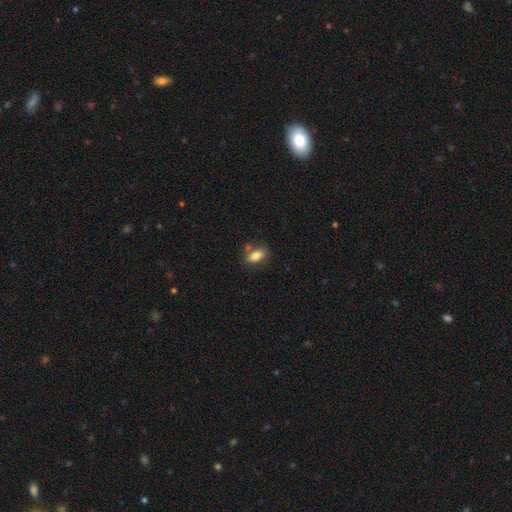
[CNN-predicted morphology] This appears to be a smooth galaxy with no disk features (80%) that is in between round and cigar-shaped (85%). Merging: none (66%).